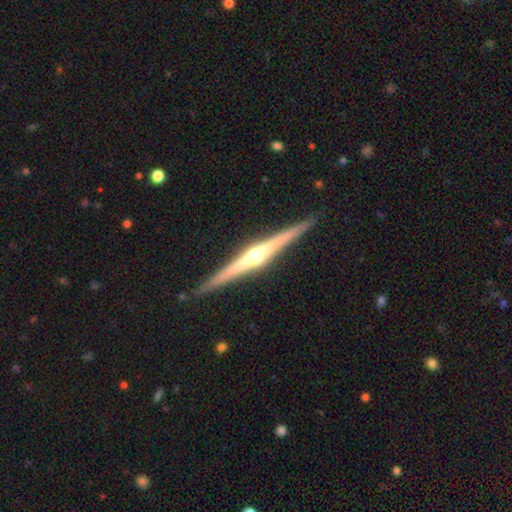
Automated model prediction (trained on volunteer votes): smooth-or-featured: featured or disk: 85% | smooth: 11% | star or artifact: 5%
  disk-edge-on: yes: 99% | no: 1%
    edge-on-bulge: rounded: 91% | none: 5% | boxy: 4%
  merging: none: 91% | minor disturbance: 6% | major disturbance: 1% | merger: 1%